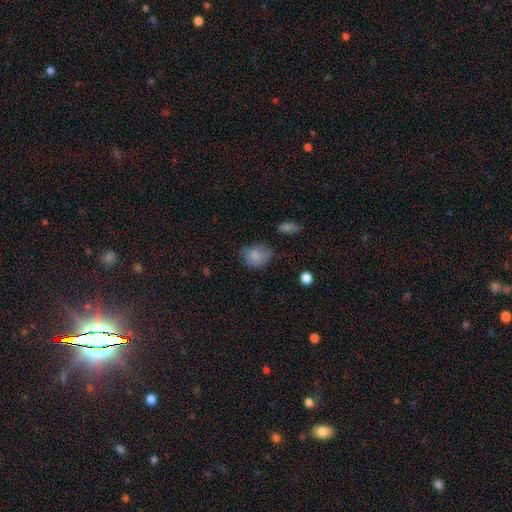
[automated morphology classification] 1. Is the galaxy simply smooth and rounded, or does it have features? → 82% smooth, 9% featured or disk, 9% star or artifact.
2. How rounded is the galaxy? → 56% round, 43% in between, 1% cigar-shaped.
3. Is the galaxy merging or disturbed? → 62% none, 27% minor disturbance, 8% major disturbance, 3% merger.